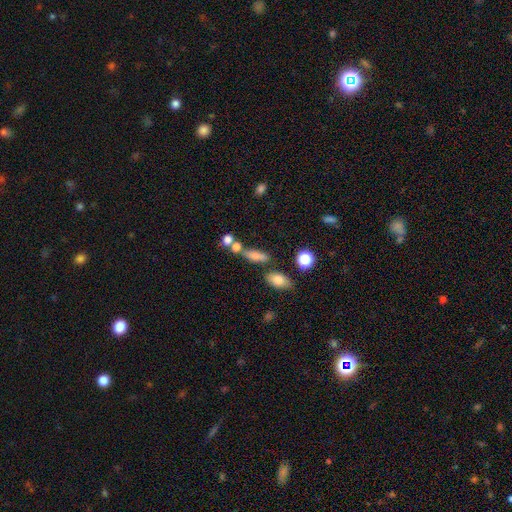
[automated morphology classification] Smooth or featured? smooth (72%)
How rounded? in between (51%)
Merging? none (51%)